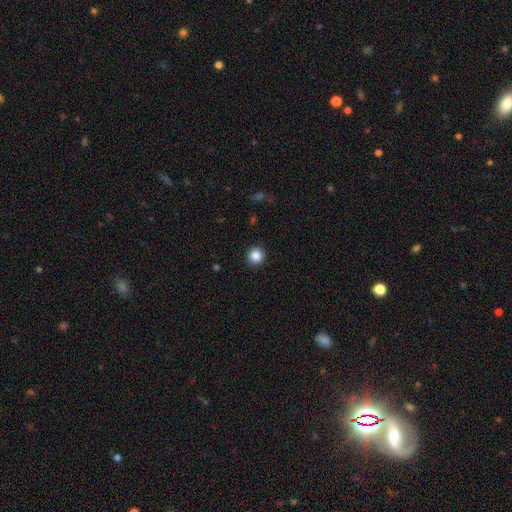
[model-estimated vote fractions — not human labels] smooth-or-featured: smooth: 86% | star or artifact: 10% | featured or disk: 4%
  how-rounded: round: 94% | in between: 5% | cigar-shaped: 1%
  merging: none: 93% | minor disturbance: 5% | major disturbance: 2% | merger: 1%